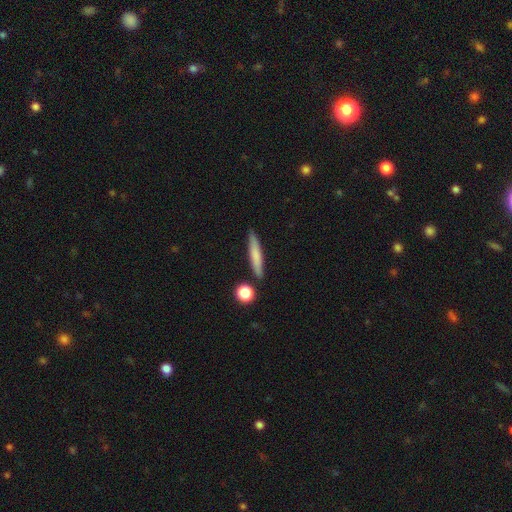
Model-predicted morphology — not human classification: Overall: smooth (70%). How rounded: cigar-shaped (90%). Merging: none (85%).